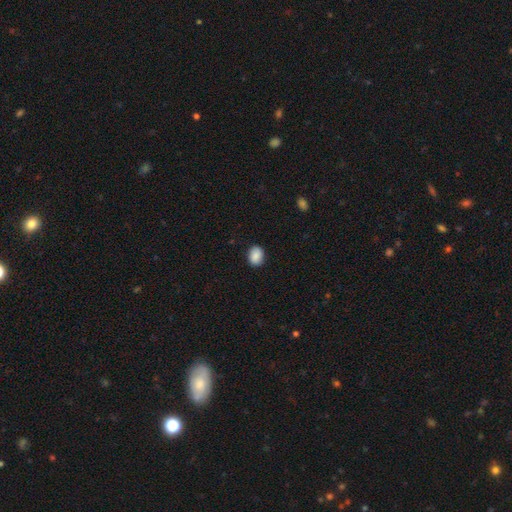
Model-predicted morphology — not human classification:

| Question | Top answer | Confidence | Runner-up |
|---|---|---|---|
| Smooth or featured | smooth | 89% | star or artifact (7%) |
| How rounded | in between | 67% | round (32%) |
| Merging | none | 88% | minor disturbance (9%) |